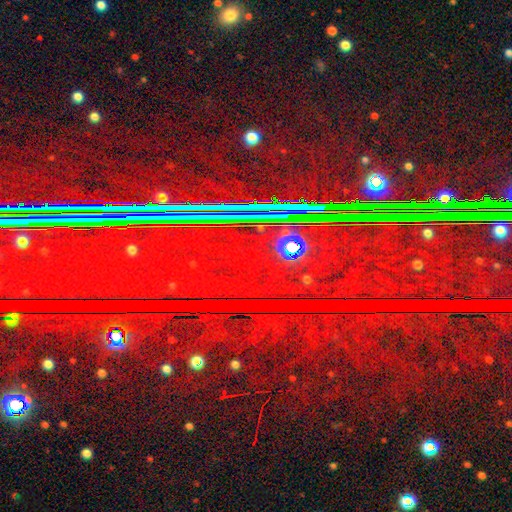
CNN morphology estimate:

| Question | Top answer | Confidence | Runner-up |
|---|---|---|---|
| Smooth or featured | star or artifact | 85% | featured or disk (9%) |